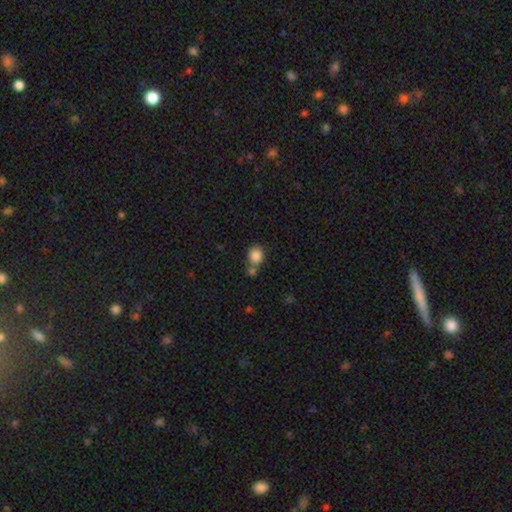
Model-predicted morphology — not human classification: Smooth or featured? smooth (85%)
How rounded? round (71%)
Merging? none (56%)